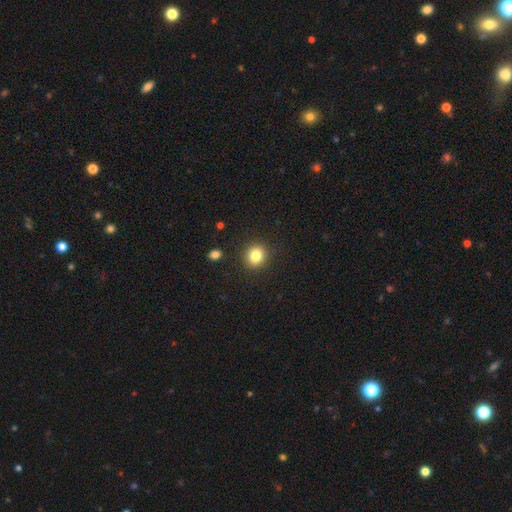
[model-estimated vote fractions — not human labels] smooth-or-featured: smooth: 83% | star or artifact: 11% | featured or disk: 6%
  how-rounded: round: 81% | in between: 18% | cigar-shaped: 1%
  merging: none: 90% | minor disturbance: 6% | major disturbance: 2% | merger: 1%